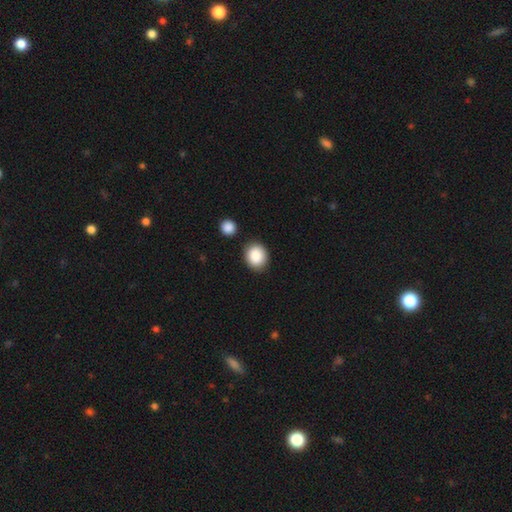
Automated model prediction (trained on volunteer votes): Overall: smooth (88%). How rounded: round (63%; in between 36%). Merging: none (82%).